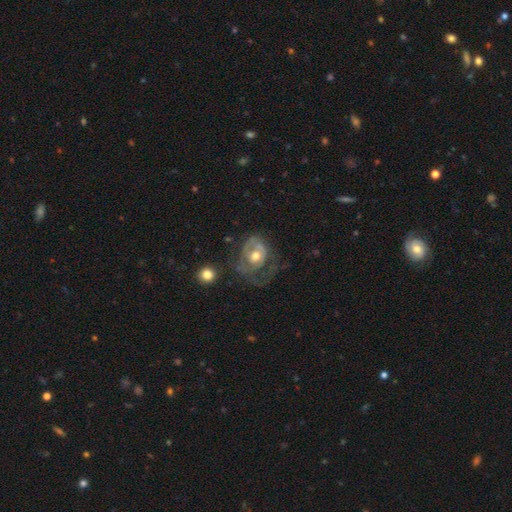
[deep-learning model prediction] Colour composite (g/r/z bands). It shows a featured or disk galaxy (67%) with no bar (76%), spiral arms (61%) and a moderate central bulge (73%). Merging: major disturbance (47%).